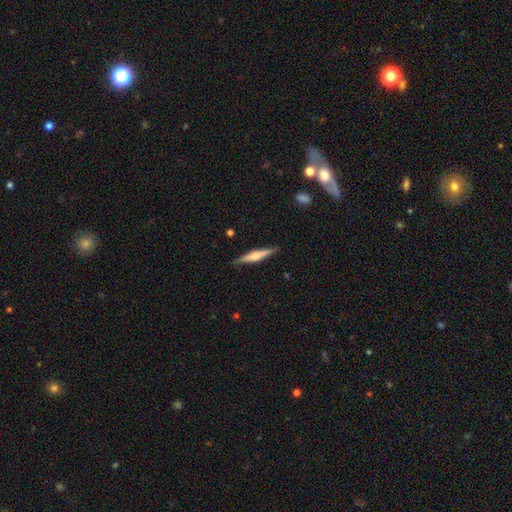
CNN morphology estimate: The model was most divided on "smooth or featured": featured or disk: 55%, smooth: 39%, star or artifact: 6%. More confident: edge-on disk — yes (97%); merging — none (88%); edge-on bulge — rounded (66%).